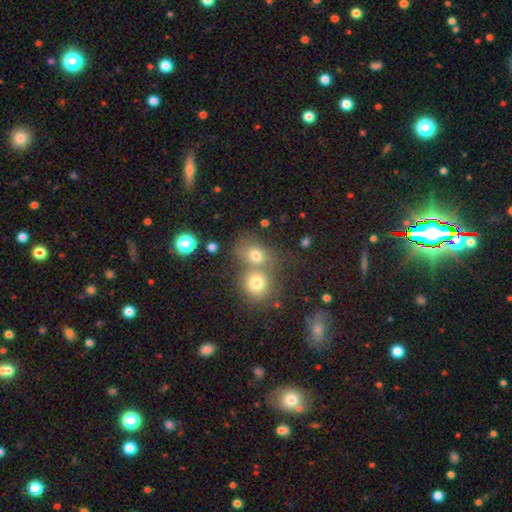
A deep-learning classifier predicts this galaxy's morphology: The model was most divided on "merging": merger: 51%, none: 37%, minor disturbance: 8%, major disturbance: 4%. More confident: smooth or featured — smooth (73%); how rounded — round (60%).